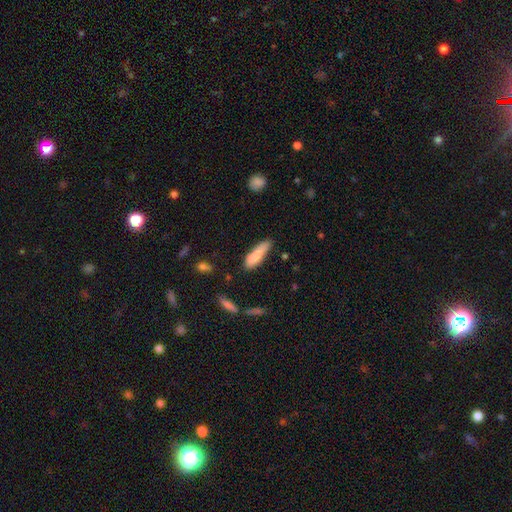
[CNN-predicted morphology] Q: Smooth or featured?
A: smooth (84%); runner-up: featured or disk (10%)
Q: How rounded?
A: cigar-shaped (61%); runner-up: in between (37%)
Q: Merging?
A: none (59%); runner-up: minor disturbance (30%)